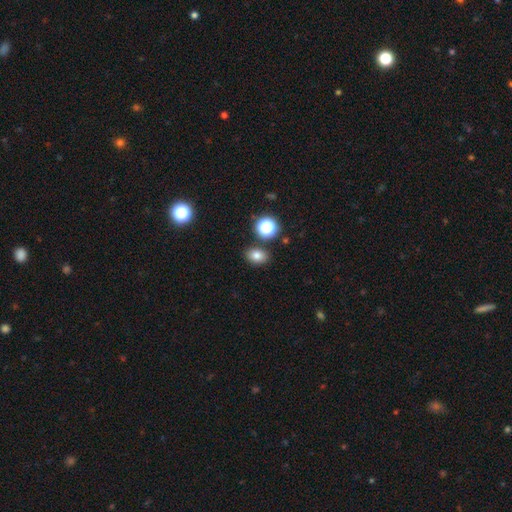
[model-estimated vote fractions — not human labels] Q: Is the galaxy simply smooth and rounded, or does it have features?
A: smooth — 78%.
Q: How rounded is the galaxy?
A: in between — 68%.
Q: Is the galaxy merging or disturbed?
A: none — 83%.